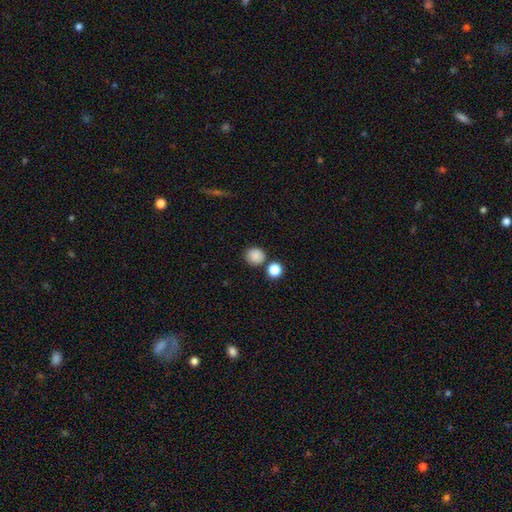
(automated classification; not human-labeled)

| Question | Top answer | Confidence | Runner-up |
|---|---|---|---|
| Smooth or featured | smooth | 86% | star or artifact (10%) |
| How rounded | round | 89% | in between (10%) |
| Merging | none | 78% | merger (10%) |